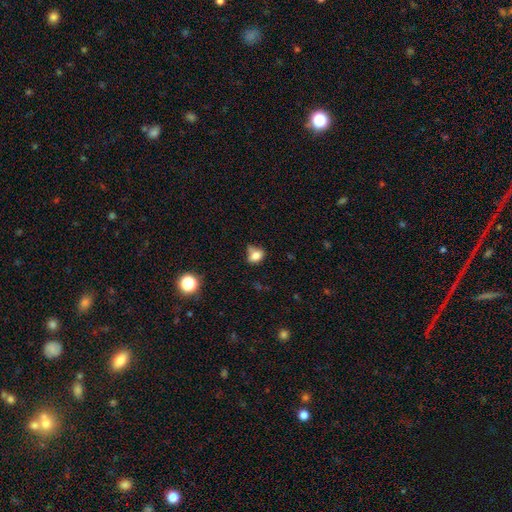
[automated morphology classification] Smooth or featured?
  - smooth: 77% *
  - star or artifact: 12%
  - featured or disk: 11%
How rounded?
  - in between: 64% *
  - round: 34%
  - cigar-shaped: 2%
Merging?
  - none: 44% *
  - minor disturbance: 30%
  - merger: 16%
  - major disturbance: 11%